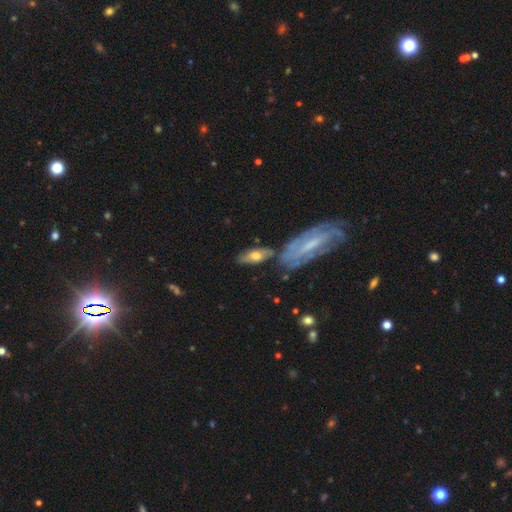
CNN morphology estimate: smooth-or-featured: smooth: 55% | featured or disk: 39% | star or artifact: 6%
  how-rounded: in between: 72% | cigar-shaped: 24% | round: 3%
  merging: none: 64% | minor disturbance: 17% | merger: 13% | major disturbance: 6%